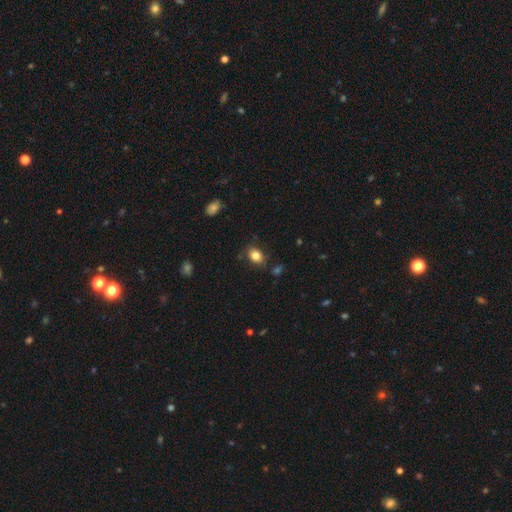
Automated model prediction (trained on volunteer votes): smooth 83%, star or artifact 10%, featured or disk 7%. Down the decision tree: how rounded — in between (68%); merging — none (79%).